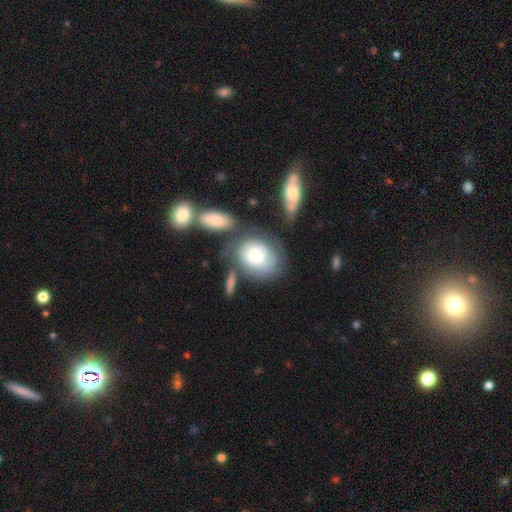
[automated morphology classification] smooth 60%, featured or disk 33%, star or artifact 7%. Down the decision tree: how rounded — in between (55%); merging — none (48%).